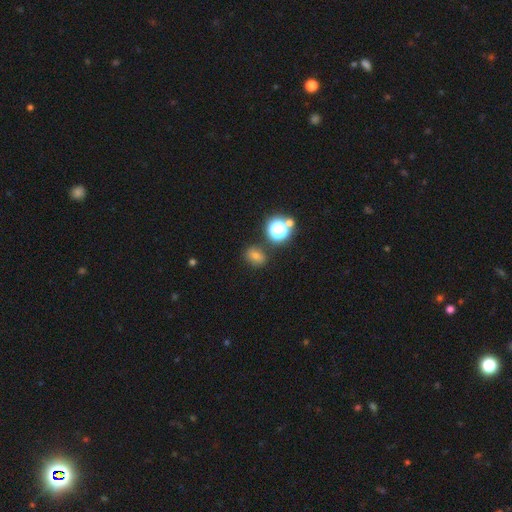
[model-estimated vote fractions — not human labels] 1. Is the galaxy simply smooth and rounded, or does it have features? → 59% smooth, 31% star or artifact, 11% featured or disk.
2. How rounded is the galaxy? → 49% round (tied), 49% in between (tied), 1% cigar-shaped.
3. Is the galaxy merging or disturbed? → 80% none, 11% minor disturbance, 5% merger, 4% major disturbance.